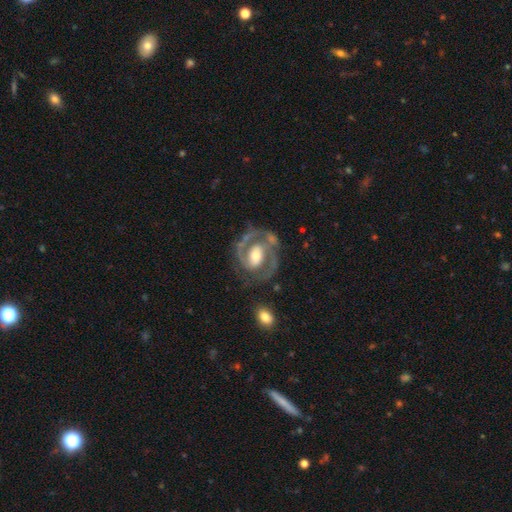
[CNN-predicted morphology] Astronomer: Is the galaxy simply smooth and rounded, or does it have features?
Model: featured or disk — 87%.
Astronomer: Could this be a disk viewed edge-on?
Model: no — 98%.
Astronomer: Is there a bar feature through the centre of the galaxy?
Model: weak — 42% (runner-up: strong, 30%).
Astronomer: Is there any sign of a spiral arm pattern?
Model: yes — 94%.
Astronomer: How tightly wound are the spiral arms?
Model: medium — 49% (runner-up: tight, 41%).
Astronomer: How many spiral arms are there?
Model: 2 — 85%.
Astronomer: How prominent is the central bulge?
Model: moderate — 63%.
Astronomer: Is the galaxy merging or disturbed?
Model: none — 68%.